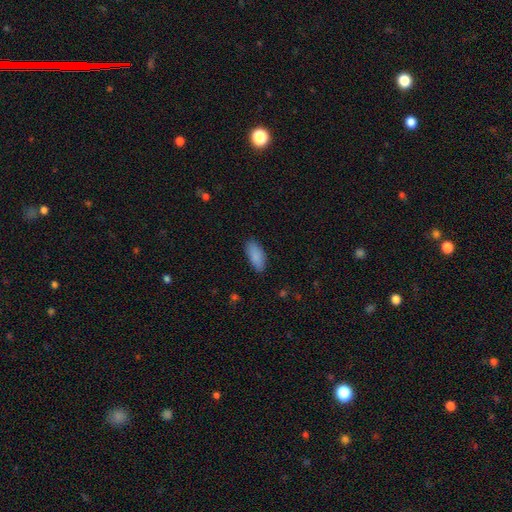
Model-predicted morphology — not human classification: Smooth or featured? smooth (89%)
How rounded? in between (86%)
Merging? none (83%)